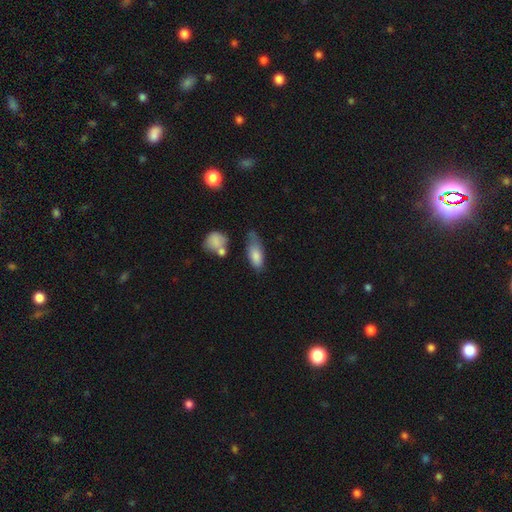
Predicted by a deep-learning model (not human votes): This is likely a smooth galaxy (79%). How rounded: likely in between (78%). Merging: marginally none (43%).